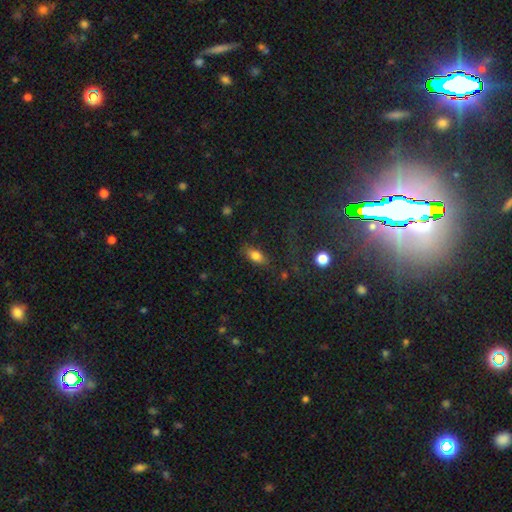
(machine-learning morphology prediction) This is likely a smooth galaxy (79%). How rounded: clearly in between (83%). Merging: likely none (78%).